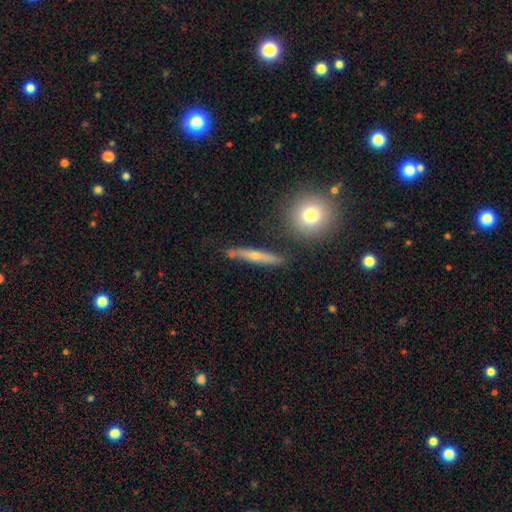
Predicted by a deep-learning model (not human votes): A featured or disk galaxy (48%).

Vote fractions:
- Smooth or featured? featured or disk: 48% / smooth: 42% / star or artifact: 9%
- Merging? none: 82% / minor disturbance: 11% / merger: 5% / major disturbance: 3%